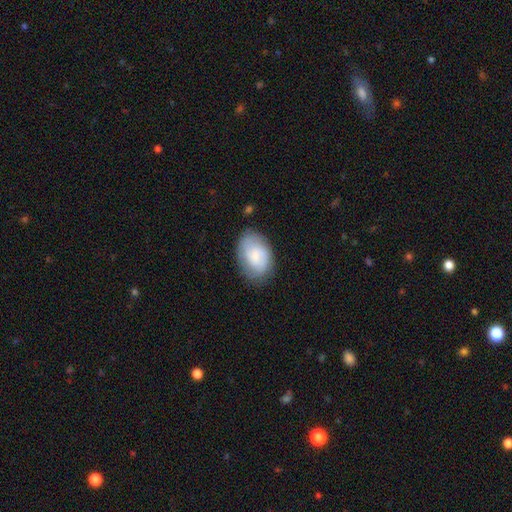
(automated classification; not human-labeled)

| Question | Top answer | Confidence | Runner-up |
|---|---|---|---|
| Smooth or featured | smooth | 56% | featured or disk (37%) |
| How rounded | in between | 86% | round (13%) |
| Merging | none | 74% | minor disturbance (19%) |